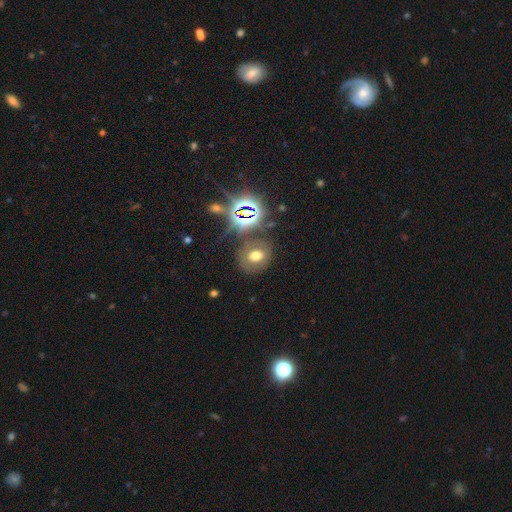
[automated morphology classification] Smooth or featured? Predicted: smooth (p=0.53). How rounded? Predicted: round (p=0.62). Merging? Predicted: none (p=0.73).